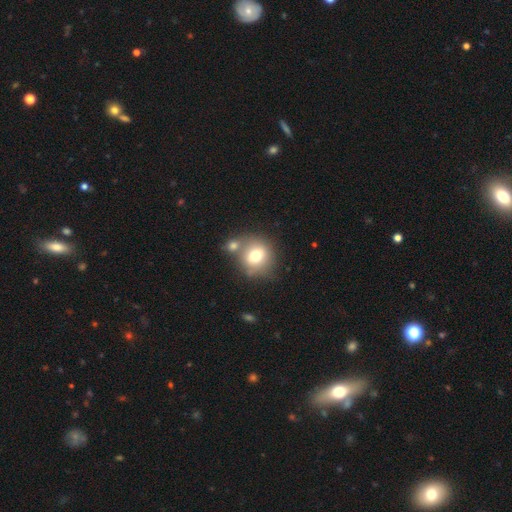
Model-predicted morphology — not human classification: smooth_or_featured: smooth (p=0.73) [alt: featured or disk p=0.17]
how_rounded: round (p=0.84) [alt: in between p=0.15]
merging: none (p=0.53) [alt: merger p=0.30]